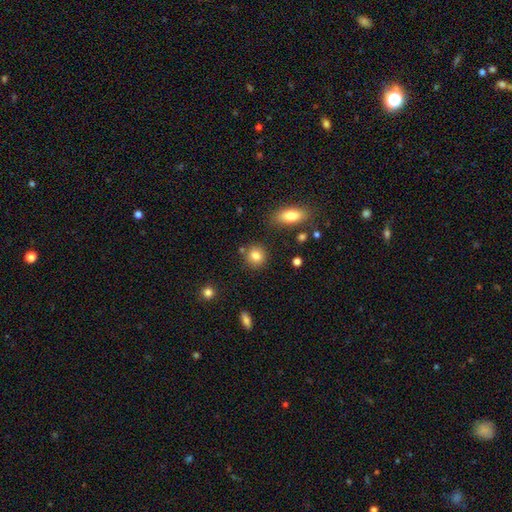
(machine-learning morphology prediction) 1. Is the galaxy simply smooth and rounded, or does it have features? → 83% smooth, 10% star or artifact, 7% featured or disk.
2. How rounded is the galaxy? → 85% round, 14% in between, 1% cigar-shaped.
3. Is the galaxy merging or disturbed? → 82% none, 9% minor disturbance, 6% merger, 3% major disturbance.